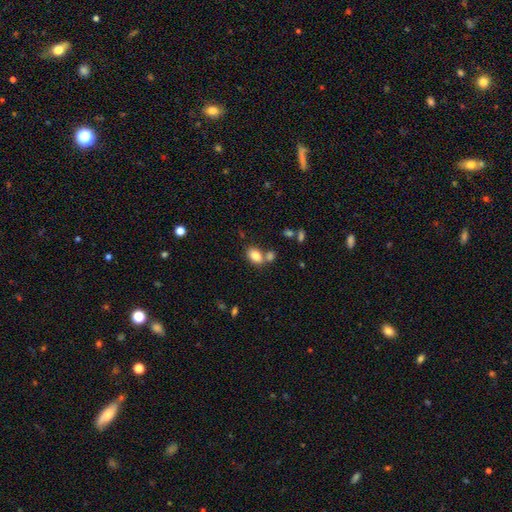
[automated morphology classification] Q: Smooth or featured?
A: smooth (84%); runner-up: star or artifact (9%)
Q: How rounded?
A: in between (83%); runner-up: round (16%)
Q: Merging?
A: none (55%); runner-up: merger (29%)